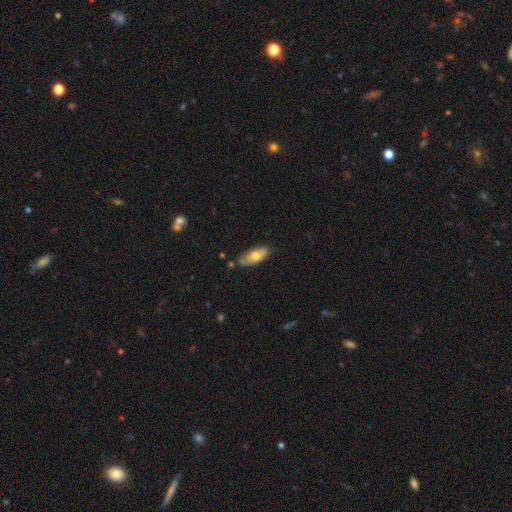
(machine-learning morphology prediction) Smooth or featured: smooth — 66% (featured or disk — 28%)
How rounded: in between — 80% (cigar-shaped — 18%)
Merging: none — 71% (minor disturbance — 22%)